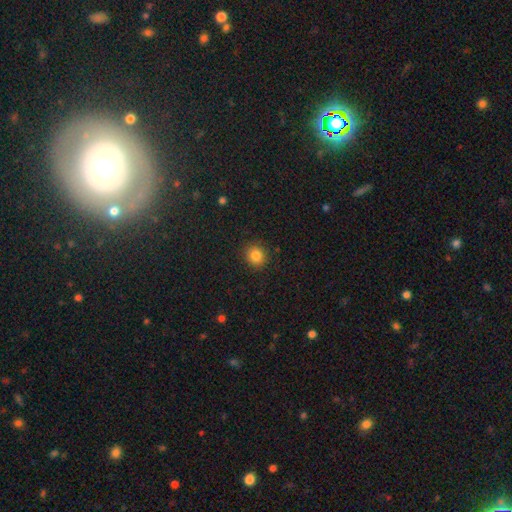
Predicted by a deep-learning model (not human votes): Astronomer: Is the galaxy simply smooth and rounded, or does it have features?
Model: smooth — 84%.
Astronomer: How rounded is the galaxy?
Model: round — 87%.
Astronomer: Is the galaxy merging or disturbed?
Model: none — 90%.